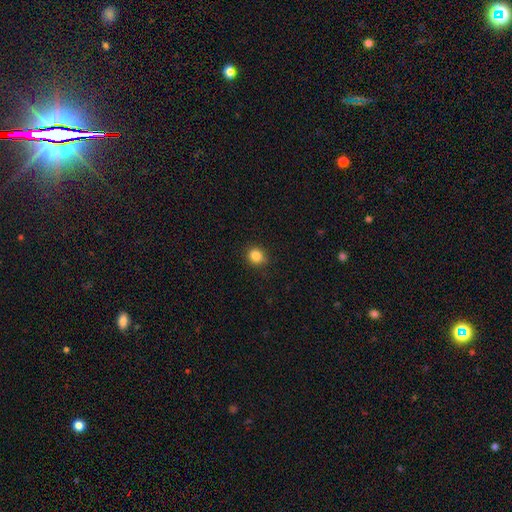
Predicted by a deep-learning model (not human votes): Smooth or featured?
  - smooth: 84% *
  - star or artifact: 11%
  - featured or disk: 5%
How rounded?
  - round: 81% *
  - in between: 18%
  - cigar-shaped: 1%
Merging?
  - none: 89% *
  - minor disturbance: 8%
  - major disturbance: 2%
  - merger: 1%